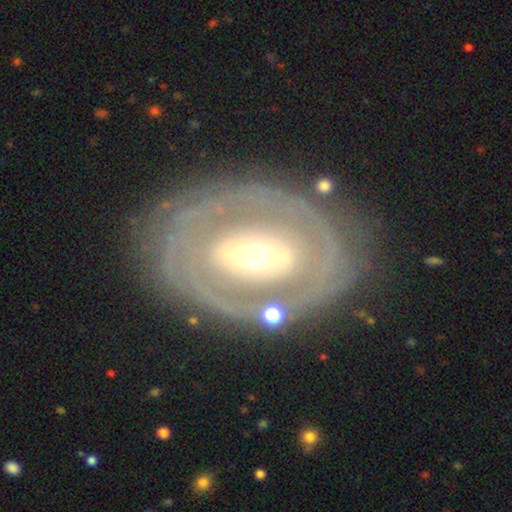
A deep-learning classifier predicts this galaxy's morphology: The model was most divided on "spiral arms": no: 52%, yes: 48%. Remaining: edge-on disk — no (94%); smooth or featured — featured or disk (77%); merging — none (77%); bulge size — moderate (52%); bar — no (50%).